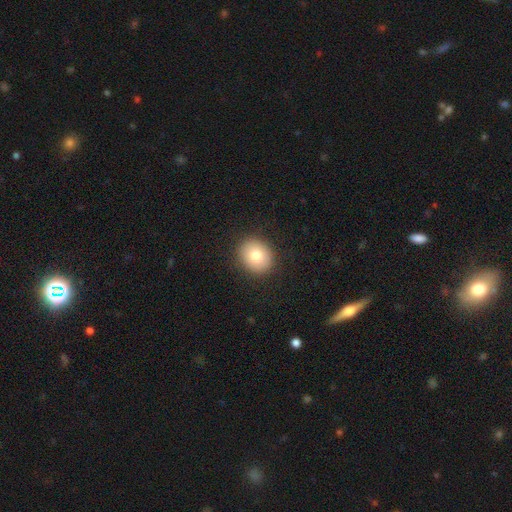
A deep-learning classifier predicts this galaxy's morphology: smooth-or-featured: smooth: 79% | featured or disk: 12% | star or artifact: 9%
  how-rounded: round: 69% | in between: 30% | cigar-shaped: 1%
  merging: none: 90% | minor disturbance: 7% | major disturbance: 2% | merger: 1%